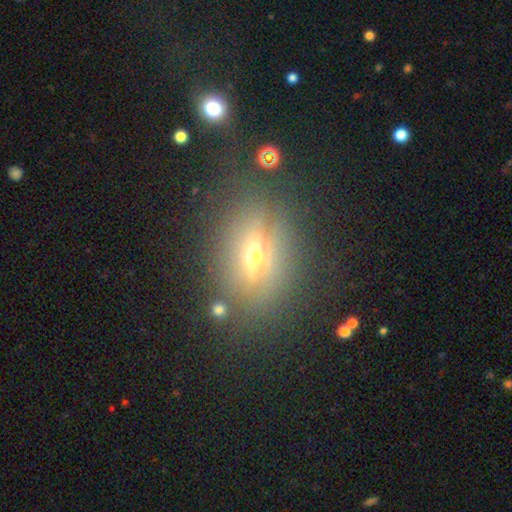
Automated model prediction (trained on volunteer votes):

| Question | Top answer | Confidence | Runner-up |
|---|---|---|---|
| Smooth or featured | featured or disk | 54% | smooth (31%) |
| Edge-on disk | yes | 72% | no (28%) |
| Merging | none | 75% | minor disturbance (14%) |